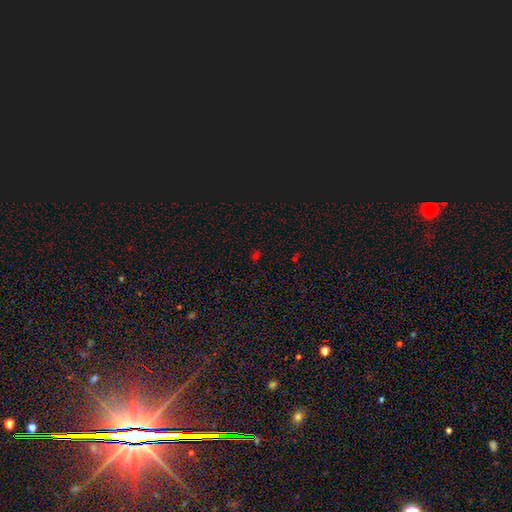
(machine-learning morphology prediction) Smooth or featured?
  - star or artifact: 52% *
  - smooth: 42%
  - featured or disk: 6%